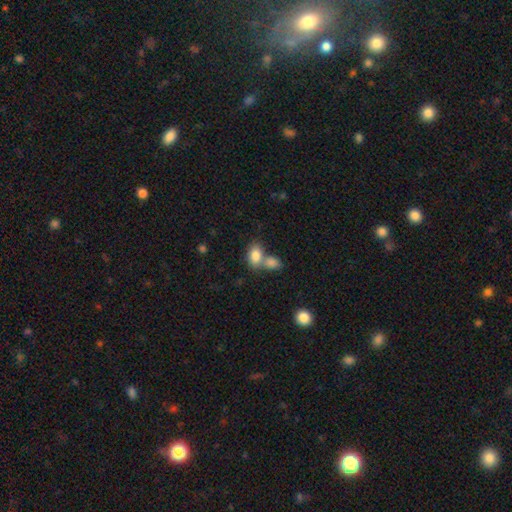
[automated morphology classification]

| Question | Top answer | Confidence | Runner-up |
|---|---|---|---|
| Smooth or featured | smooth | 84% | featured or disk (8%) |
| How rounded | in between | 84% | round (14%) |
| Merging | merger | 52% | none (36%) |